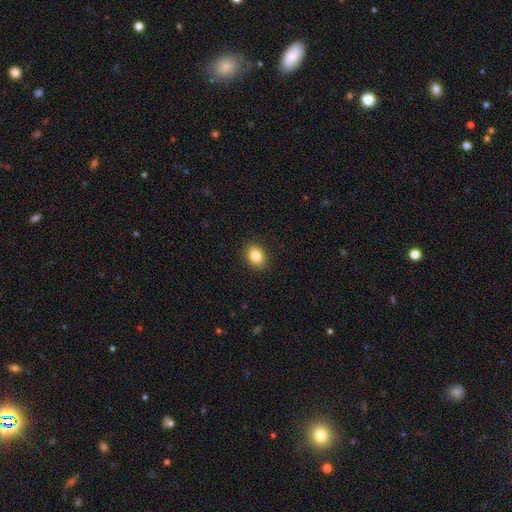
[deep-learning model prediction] This is clearly a smooth galaxy (85%). How rounded: likely in between (62%). Merging: clearly none (90%).